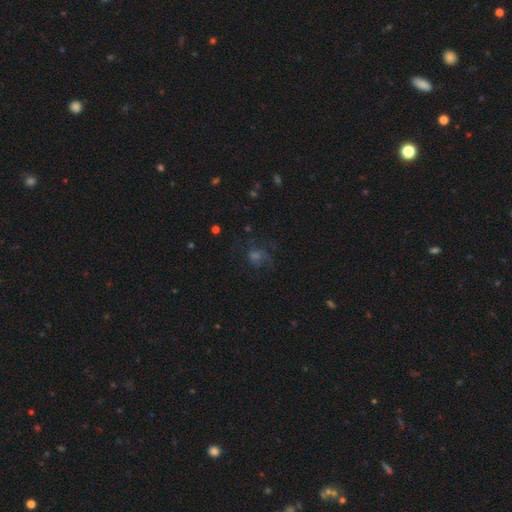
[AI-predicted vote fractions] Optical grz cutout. It shows a featured or disk galaxy (40%). Merging: none (58%).